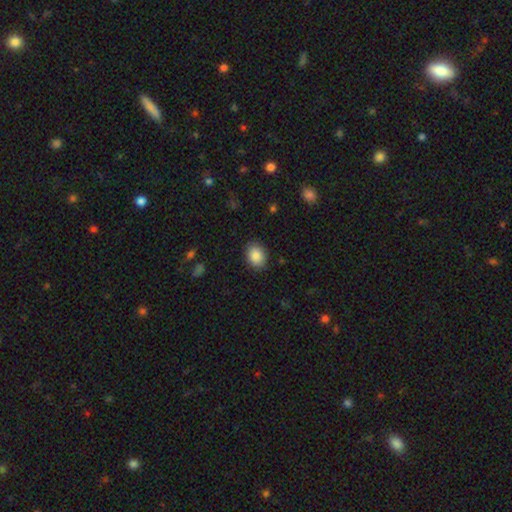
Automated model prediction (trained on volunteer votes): Q: Smooth or featured?
A: smooth (88%); runner-up: star or artifact (8%)
Q: How rounded?
A: in between (62%); runner-up: round (37%)
Q: Merging?
A: none (87%); runner-up: minor disturbance (9%)